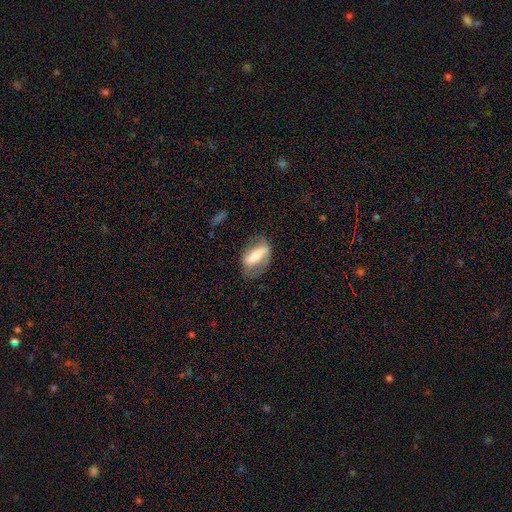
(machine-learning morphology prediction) Smooth or featured: featured or disk — 50% (smooth — 43%)
Edge-on disk: no — 86% (yes — 14%)
Merging: none — 56% (minor disturbance — 26%)